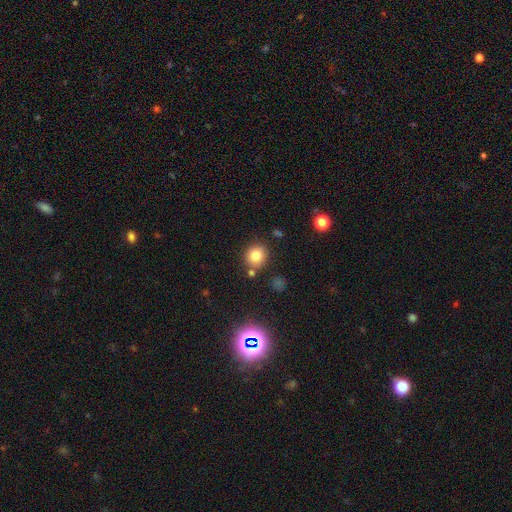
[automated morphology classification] A smooth galaxy with no disk features (82%) that is round (84%). Merging: none (78%).